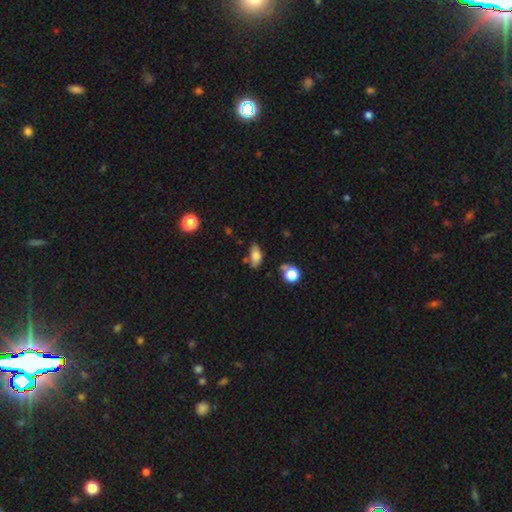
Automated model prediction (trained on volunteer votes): Smooth or featured: smooth — 75% (featured or disk — 15%)
How rounded: in between — 87% (round — 8%)
Merging: none — 60% (minor disturbance — 24%)